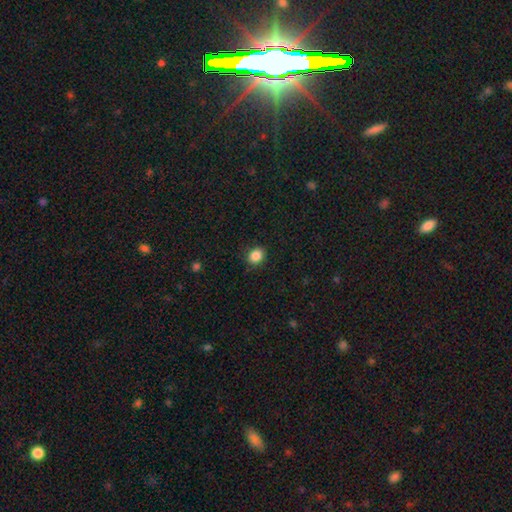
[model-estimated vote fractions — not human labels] Smooth or featured?
  - smooth: 86% *
  - star or artifact: 10%
  - featured or disk: 4%
How rounded?
  - round: 66% *
  - in between: 33%
  - cigar-shaped: 1%
Merging?
  - none: 85% *
  - minor disturbance: 11%
  - major disturbance: 3%
  - merger: 1%